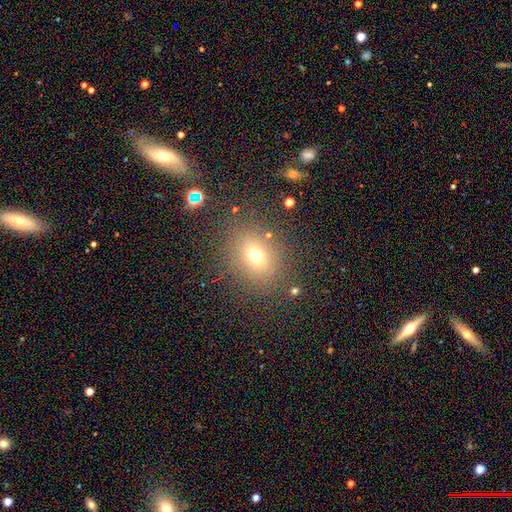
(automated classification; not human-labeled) Smooth or featured: smooth — 66% (star or artifact — 22%)
How rounded: round — 61% (in between — 38%)
Merging: none — 82% (minor disturbance — 10%)